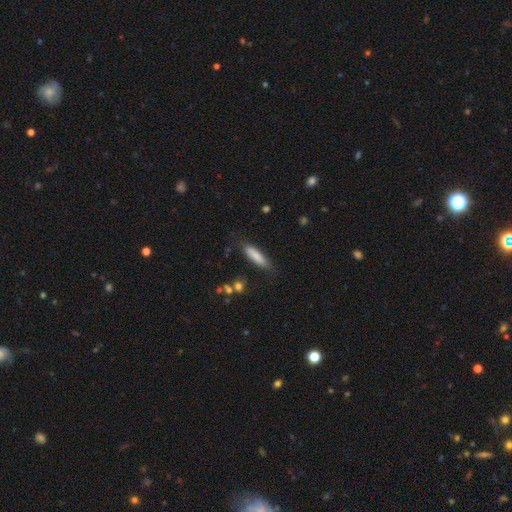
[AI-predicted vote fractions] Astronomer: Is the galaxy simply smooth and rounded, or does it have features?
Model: smooth — 81%.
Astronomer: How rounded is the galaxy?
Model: cigar-shaped — 71%.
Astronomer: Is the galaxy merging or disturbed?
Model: none — 81%.